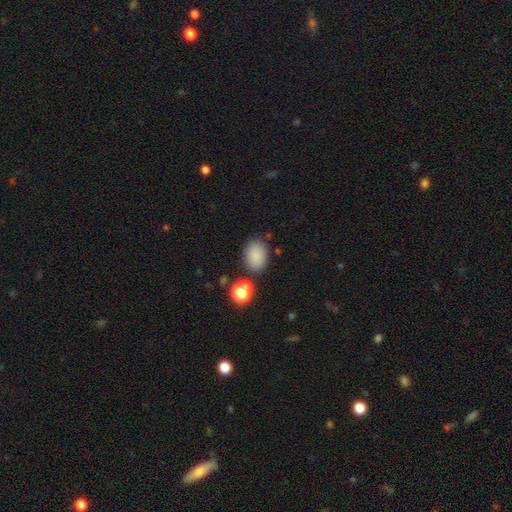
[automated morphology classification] smooth 83%, star or artifact 12%, featured or disk 6%. Down the decision tree: how rounded — in between (74%); merging — none (78%).